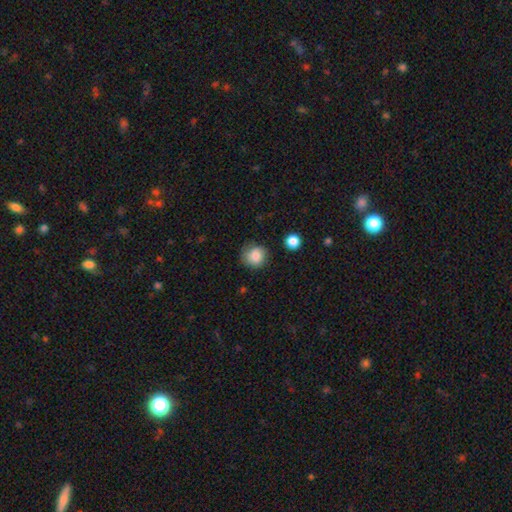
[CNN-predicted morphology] This is clearly a smooth galaxy (83%). How rounded: clearly round (87%). Merging: likely none (75%).